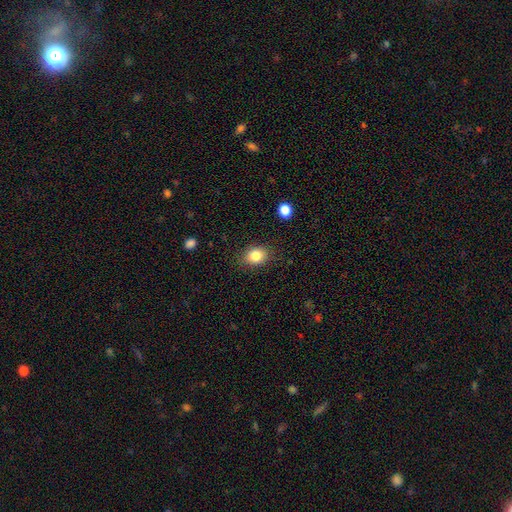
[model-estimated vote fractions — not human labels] Morphology: type=smooth (84%); roundness=in between (57%); merging=none (84%).